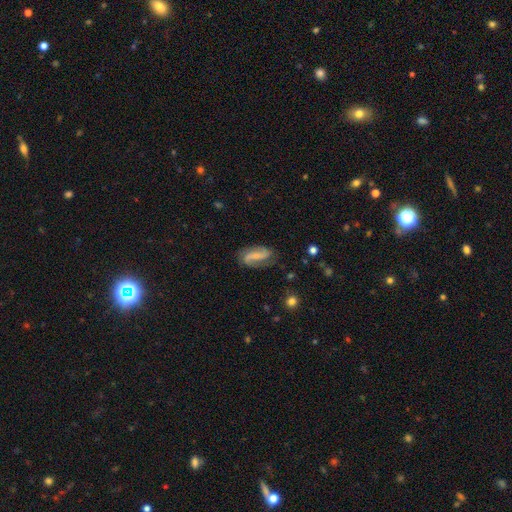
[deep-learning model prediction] A featured or disk galaxy (71%) with a strong bar (36%, tied with weak), 2 (86%) loose (48%) spiral arms (93%) and a small central bulge (50%). Merging: none (73%).